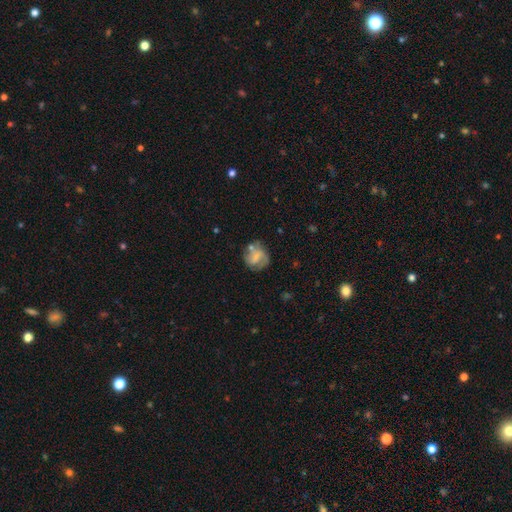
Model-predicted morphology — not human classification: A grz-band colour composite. It shows a featured or disk galaxy (50%). Merging: none (54%).